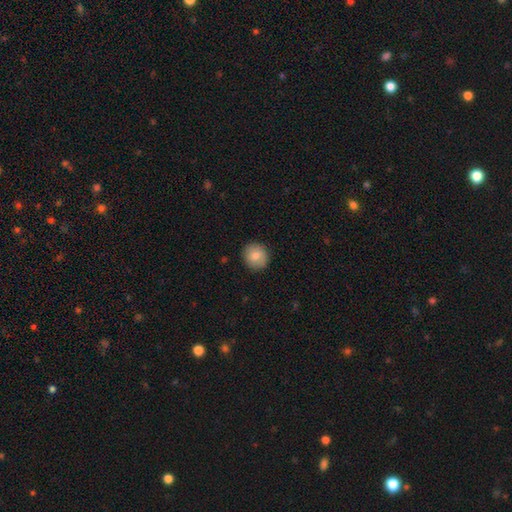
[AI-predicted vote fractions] Overall: smooth (79%). How rounded: round (89%). Merging: none (89%).